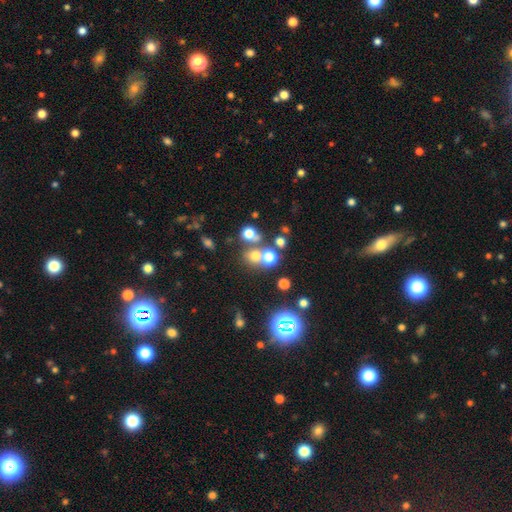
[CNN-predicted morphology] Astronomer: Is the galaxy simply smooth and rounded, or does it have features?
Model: smooth — 62%.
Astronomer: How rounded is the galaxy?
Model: round — 82%.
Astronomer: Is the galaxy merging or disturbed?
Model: none — 56% (runner-up: merger, 31%).